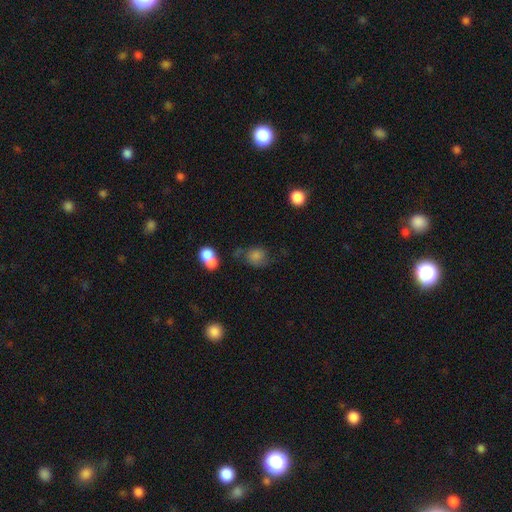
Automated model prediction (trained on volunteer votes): smooth-or-featured: smooth: 71% | featured or disk: 15% | star or artifact: 14%
  how-rounded: round: 66% | in between: 33% | cigar-shaped: 1%
  merging: none: 53% | minor disturbance: 22% | merger: 13% | major disturbance: 11%